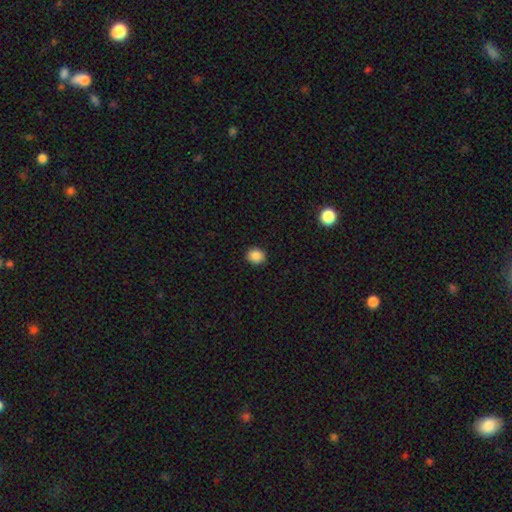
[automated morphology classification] The model was most divided on "how rounded": round: 73%, in between: 26%, cigar-shaped: 1%. More confident: merging — none (91%); smooth or featured — smooth (87%).